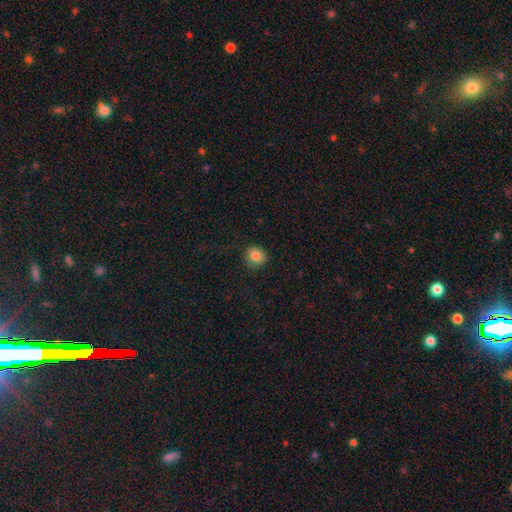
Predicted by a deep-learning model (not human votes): Overall: smooth (84%). How rounded: round (83%). Merging: none (83%).